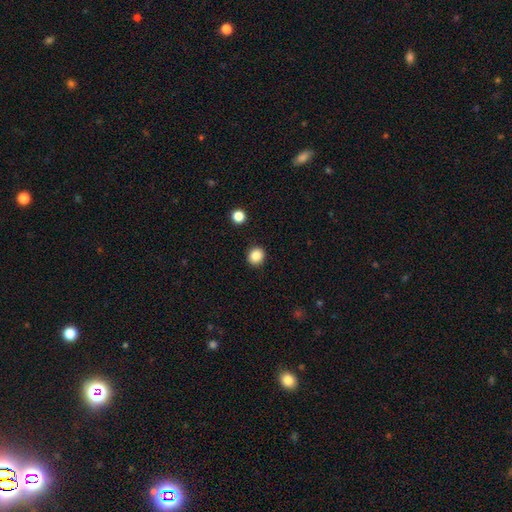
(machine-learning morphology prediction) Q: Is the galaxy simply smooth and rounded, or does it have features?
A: smooth — 86%.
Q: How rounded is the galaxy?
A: round — 84%.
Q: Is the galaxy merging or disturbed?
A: none — 91%.